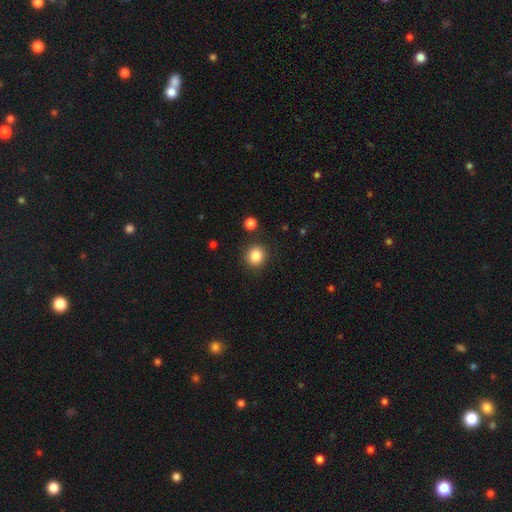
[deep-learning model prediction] Smooth or featured? Predicted: smooth (p=0.86). How rounded? Predicted: round (p=0.90). Merging? Predicted: none (p=0.89).